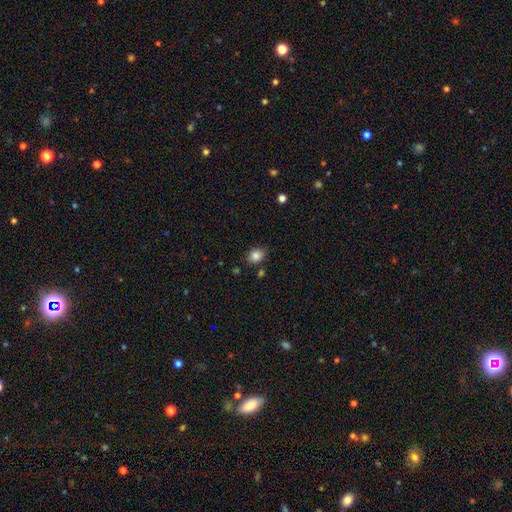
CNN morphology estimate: This is clearly a smooth galaxy (85%). How rounded: possibly in between (52%). Merging: clearly none (83%).